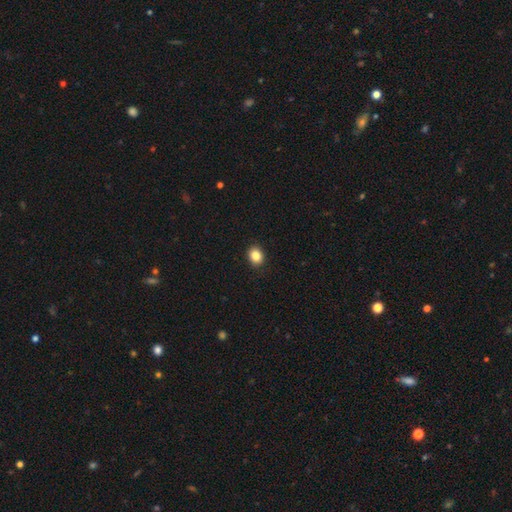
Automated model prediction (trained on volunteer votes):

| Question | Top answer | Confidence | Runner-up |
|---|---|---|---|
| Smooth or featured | smooth | 85% | star or artifact (10%) |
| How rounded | round | 57% | in between (42%) |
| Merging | none | 91% | minor disturbance (6%) |